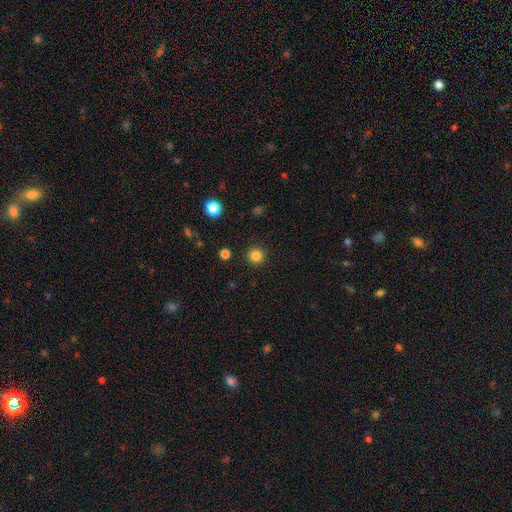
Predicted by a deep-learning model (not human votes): This is clearly a smooth galaxy (83%). How rounded: clearly round (95%). Merging: clearly none (92%).